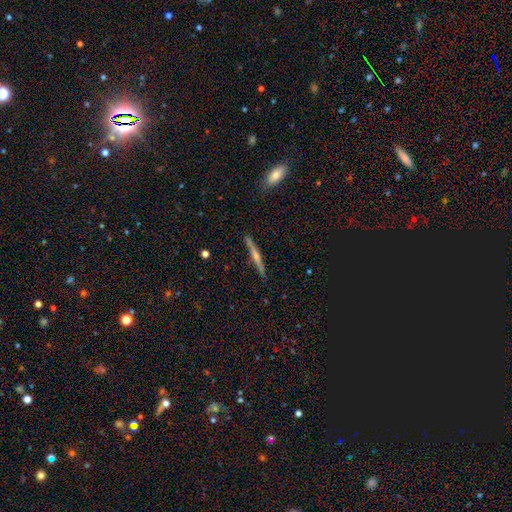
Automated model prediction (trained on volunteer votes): A featured or disk galaxy (70%) viewed edge-on (98%) with a rounded central bulge (75%). Merging: none (89%).